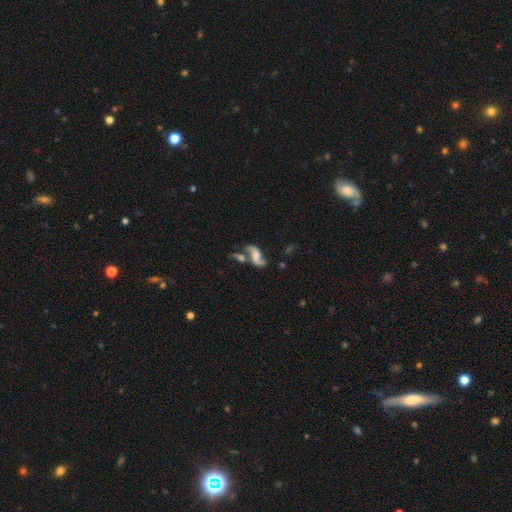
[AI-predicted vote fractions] A featured or disk galaxy (70%) with no bar (55%), 2 (87%) loose (82%) spiral arms (87%) and no central bulge (42%).

Vote fractions:
- Smooth or featured? featured or disk: 70% / smooth: 21% / star or artifact: 9%
- Edge-on disk? no: 94% / yes: 6%
- Bar? no: 55% / weak: 32% / strong: 13%
- Spiral arms? yes: 87% / no: 13%
- Spiral winding? loose: 82% / medium: 14% / tight: 4%
- Spiral arm count? 2: 87% / 1: 7% / can't tell: 3% / 3: 1% / 4: 1% / more than 4: 1%
- Bulge size? none: 42% / small: 22% / moderate: 21% / large: 11% / dominant: 3%
- Merging? merger: 42% / none: 32% / major disturbance: 14% / minor disturbance: 12%